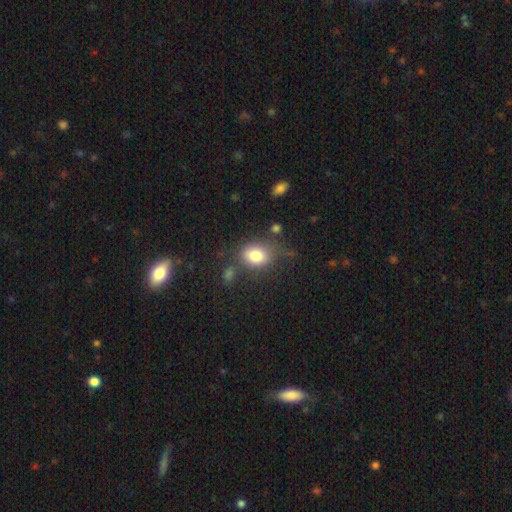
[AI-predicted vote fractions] smooth-or-featured: smooth: 81% | featured or disk: 10% | star or artifact: 10%
  how-rounded: in between: 66% | round: 33% | cigar-shaped: 1%
  merging: none: 60% | minor disturbance: 22% | major disturbance: 11% | merger: 7%